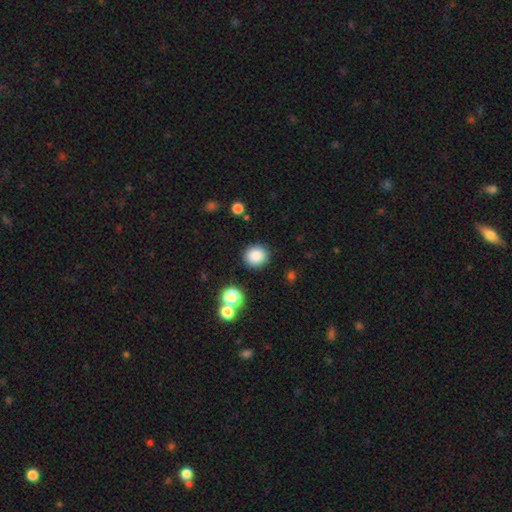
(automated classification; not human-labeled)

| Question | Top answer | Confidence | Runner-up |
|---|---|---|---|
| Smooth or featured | smooth | 85% | star or artifact (11%) |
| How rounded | round | 83% | in between (16%) |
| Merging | none | 87% | minor disturbance (8%) |